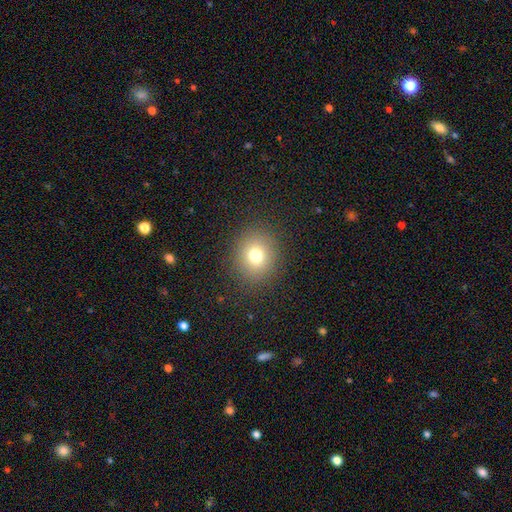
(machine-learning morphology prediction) Smooth or featured?
  - smooth: 75% *
  - star or artifact: 15%
  - featured or disk: 10%
How rounded?
  - round: 77% *
  - in between: 22%
  - cigar-shaped: 1%
Merging?
  - none: 88% *
  - minor disturbance: 7%
  - major disturbance: 4%
  - merger: 1%